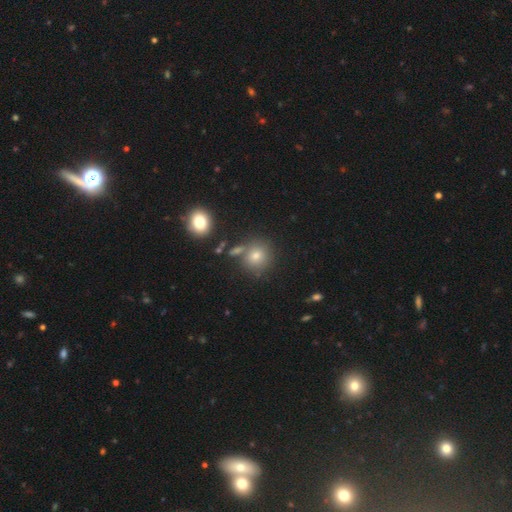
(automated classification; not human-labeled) Overall: smooth (71%). How rounded: round (87%). Merging: none (75%).